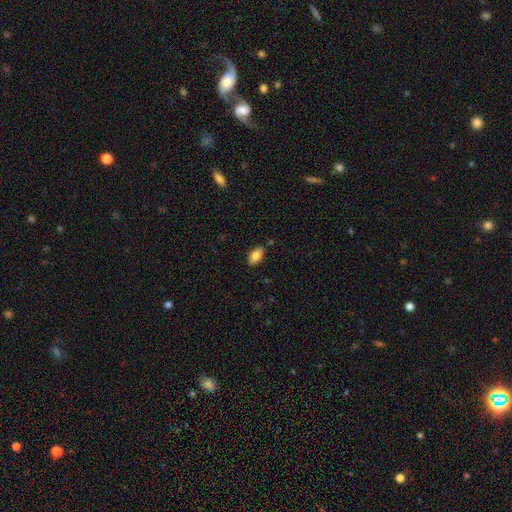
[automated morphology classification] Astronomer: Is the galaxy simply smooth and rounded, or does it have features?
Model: smooth — 82%.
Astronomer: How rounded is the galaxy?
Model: in between — 91%.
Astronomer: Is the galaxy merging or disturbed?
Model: none — 84%.